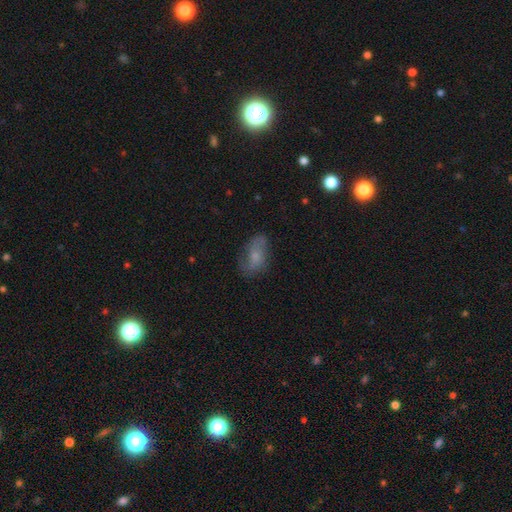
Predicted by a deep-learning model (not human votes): Smooth or featured? smooth (53%)
How rounded? in between (87%)
Merging? none (63%)